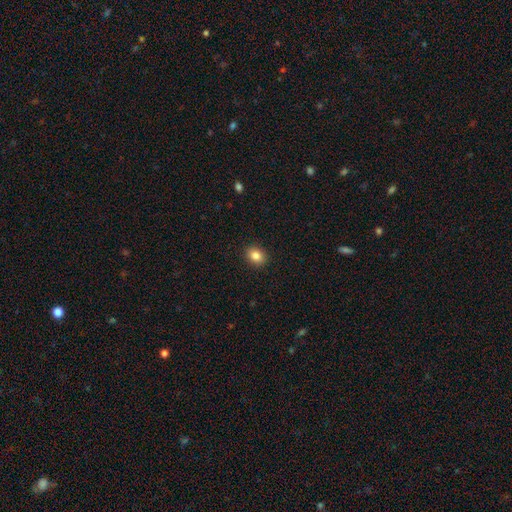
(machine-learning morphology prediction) Overall: smooth (85%). How rounded: in between (51%; round 48%). Merging: none (91%).